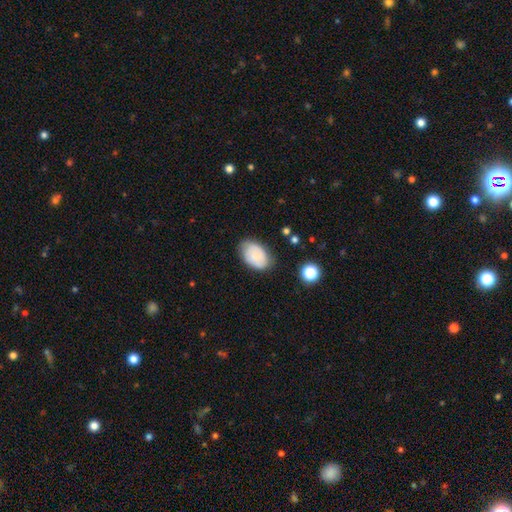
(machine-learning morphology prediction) smooth-or-featured: smooth: 68% | featured or disk: 24% | star or artifact: 8%
  how-rounded: in between: 86% | round: 13% | cigar-shaped: 1%
  merging: none: 72% | minor disturbance: 22% | major disturbance: 5% | merger: 2%